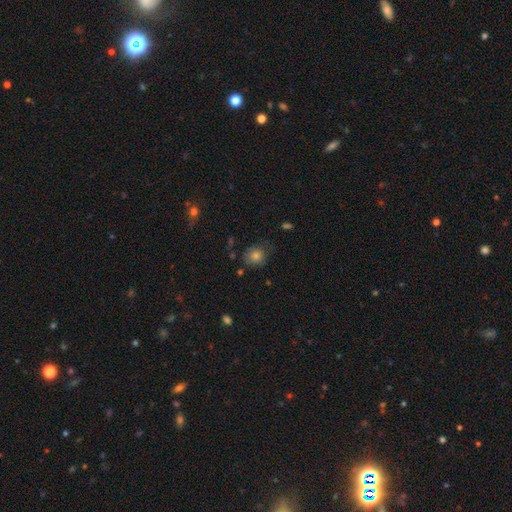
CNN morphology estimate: This appears to be a smooth galaxy with no disk features (74%) that is round (77%). Merging: none (69%).